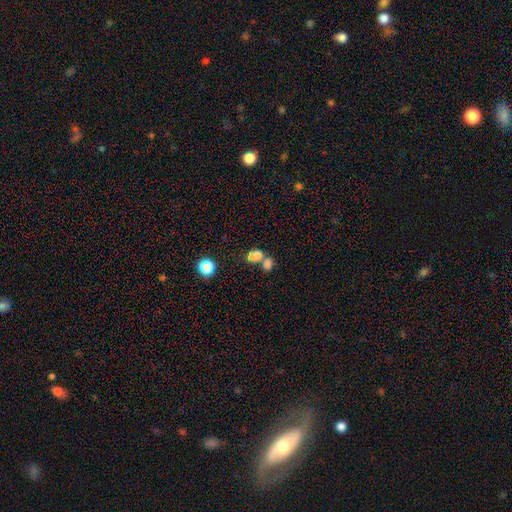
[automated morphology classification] Smooth or featured? smooth (72%)
How rounded? in between (63%)
Merging? merger (66%)